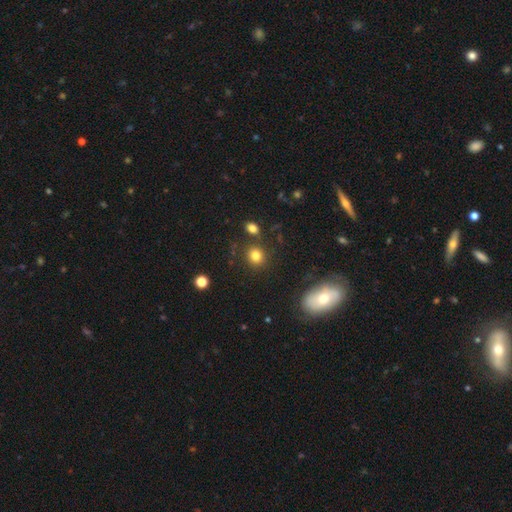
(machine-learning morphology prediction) A smooth galaxy with no disk features (80%) that is round (80%). Merging: none (81%).